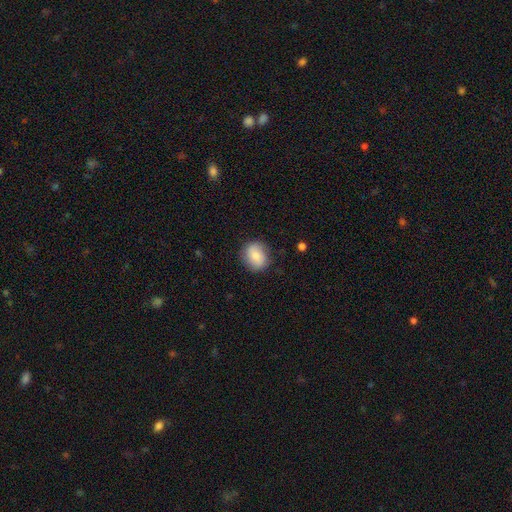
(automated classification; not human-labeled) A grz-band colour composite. It shows a smooth galaxy with no disk features (74%) that is round (69%). Merging: none (84%).